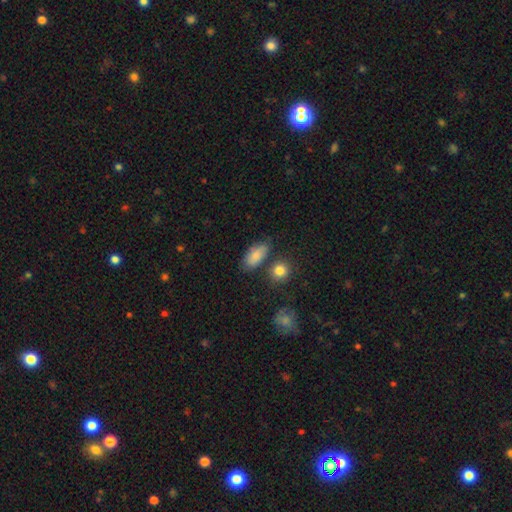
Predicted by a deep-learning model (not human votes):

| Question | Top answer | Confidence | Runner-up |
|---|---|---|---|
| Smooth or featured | smooth | 83% | featured or disk (10%) |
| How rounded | in between | 87% | cigar-shaped (7%) |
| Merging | none | 69% | minor disturbance (18%) |